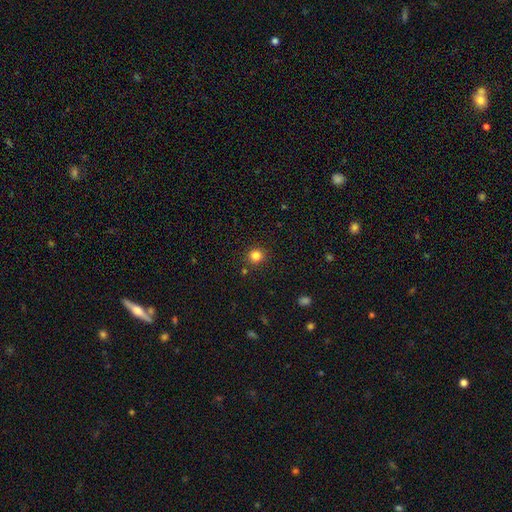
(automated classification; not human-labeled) smooth 83%, star or artifact 13%, featured or disk 5%. Down the decision tree: how rounded — round (90%); merging — none (88%).